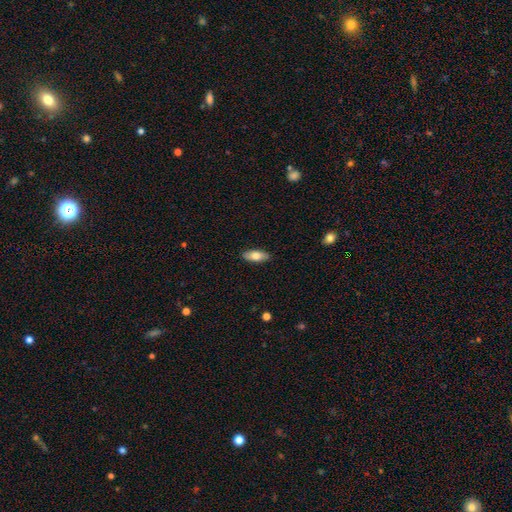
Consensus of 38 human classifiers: Volunteers were most divided on "smooth or featured": smooth: 71%, featured or disk: 21%, star or artifact: 8%. More confident: merging — none (97%); how rounded — in between (85%).